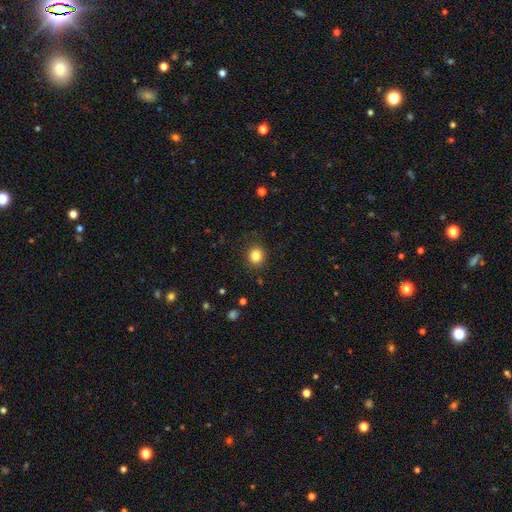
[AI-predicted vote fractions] smooth_or_featured: smooth (p=0.83) [alt: star or artifact p=0.11]
how_rounded: round (p=0.80) [alt: in between p=0.19]
merging: none (p=0.88) [alt: minor disturbance p=0.08]